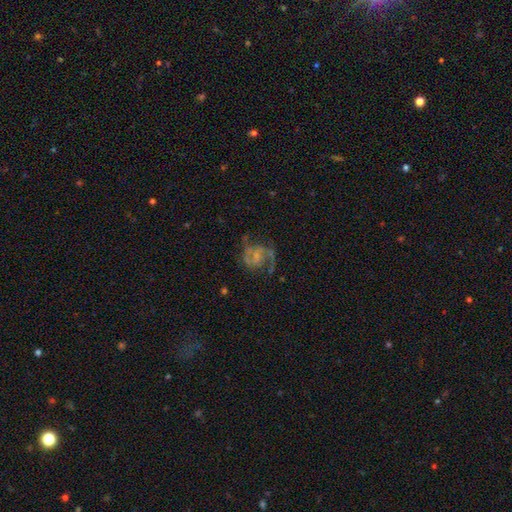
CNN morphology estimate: Smooth or featured: featured or disk — 83% (smooth — 10%)
Edge-on disk: no — 98% (yes — 2%)
Bar: no — 55% (weak — 37%)
Spiral arms: yes — 93% (no — 7%)
Spiral winding: medium — 55% (loose — 28%)
Spiral arm count: 2 — 83% (1 — 6%)
Bulge size: small — 46% (none — 32%)
Merging: none — 59% (major disturbance — 19%)